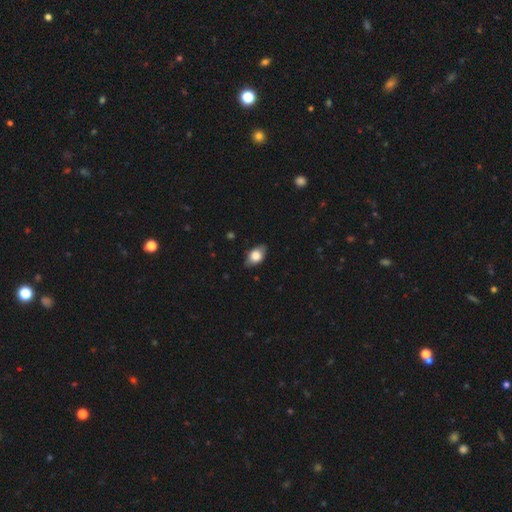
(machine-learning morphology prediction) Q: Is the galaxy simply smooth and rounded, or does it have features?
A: smooth — 76%.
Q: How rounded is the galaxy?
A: in between — 86%.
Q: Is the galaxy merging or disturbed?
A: none — 79%.